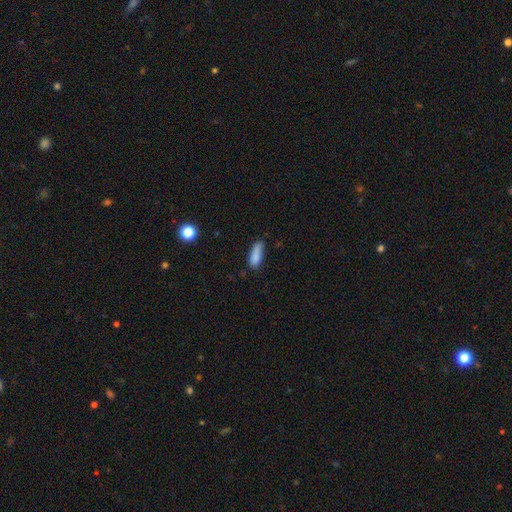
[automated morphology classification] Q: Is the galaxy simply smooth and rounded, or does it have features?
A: smooth — 84%.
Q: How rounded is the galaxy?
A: in between — 63%.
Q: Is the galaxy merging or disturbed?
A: none — 56%.